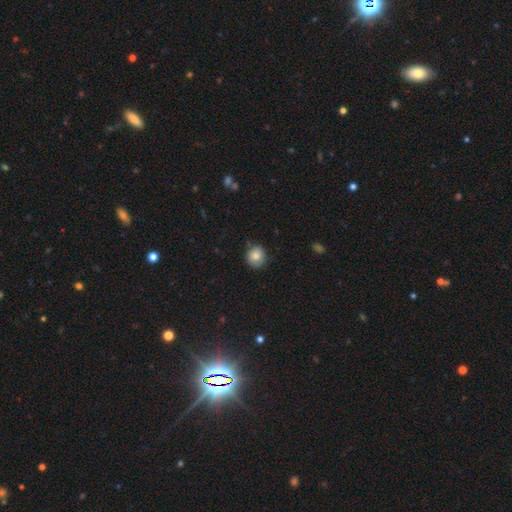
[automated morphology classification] This appears to be a smooth galaxy with no disk features (83%) that is round (87%). Merging: none (81%).